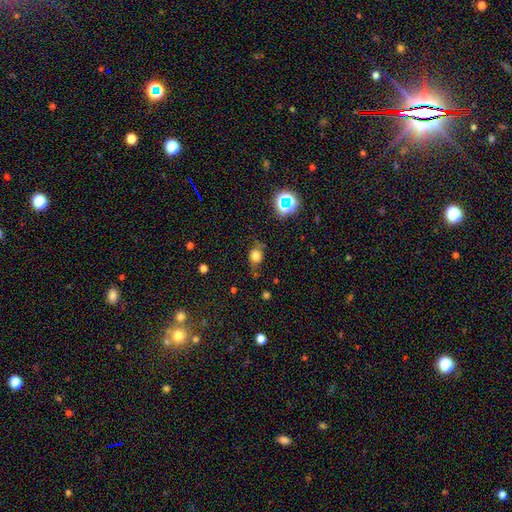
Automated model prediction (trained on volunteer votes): smooth 69%, star or artifact 18%, featured or disk 13%. Down the decision tree: how rounded — round (53%); merging — none (67%).